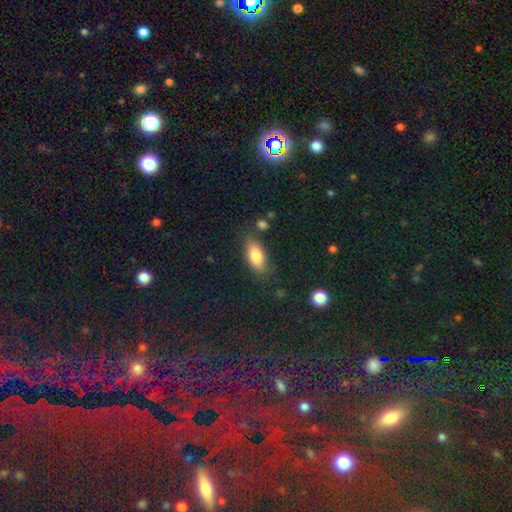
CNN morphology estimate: Q: Smooth or featured?
A: smooth (79%); runner-up: featured or disk (13%)
Q: How rounded?
A: in between (86%); runner-up: cigar-shaped (10%)
Q: Merging?
A: none (77%); runner-up: minor disturbance (16%)